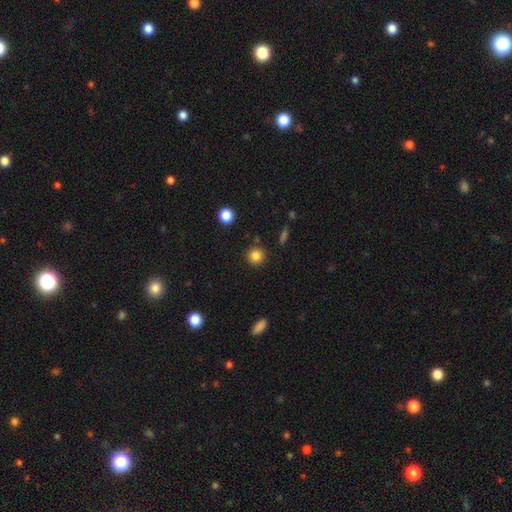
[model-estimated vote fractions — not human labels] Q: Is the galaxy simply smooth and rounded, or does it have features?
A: smooth — 84%.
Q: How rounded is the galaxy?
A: round — 93%.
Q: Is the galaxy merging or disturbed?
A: none — 89%.